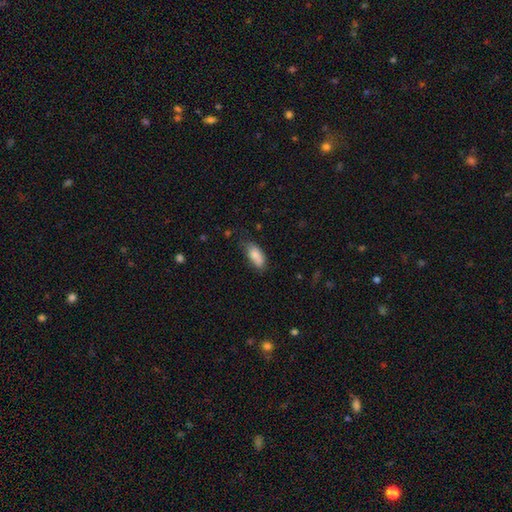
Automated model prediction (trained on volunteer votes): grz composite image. It shows a smooth galaxy with no disk features (84%) that is in between round and cigar-shaped (86%). Merging: none (58%).